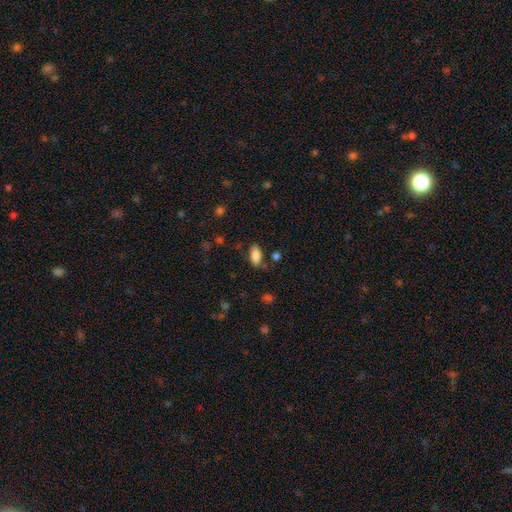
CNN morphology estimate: This appears to be a smooth galaxy with no disk features (85%) that is in between round and cigar-shaped (89%). Merging: none (77%).